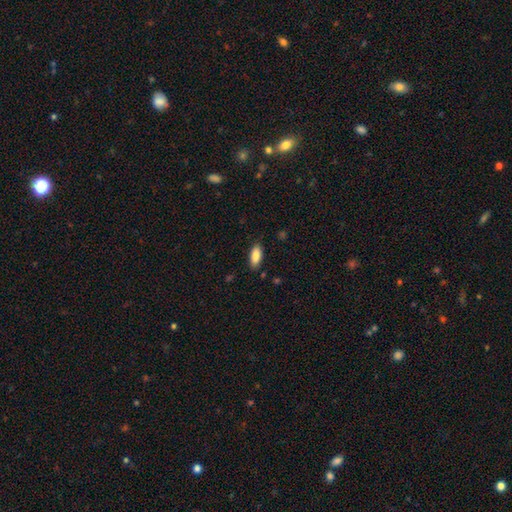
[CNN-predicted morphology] Smooth or featured?
  - smooth: 87% *
  - star or artifact: 7%
  - featured or disk: 6%
How rounded?
  - in between: 85% *
  - cigar-shaped: 14%
  - round: 2%
Merging?
  - none: 86% *
  - minor disturbance: 10%
  - major disturbance: 2%
  - merger: 1%